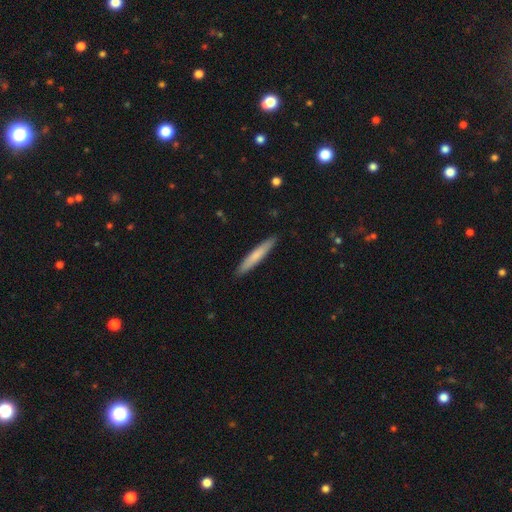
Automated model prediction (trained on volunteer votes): Smooth or featured? Predicted: smooth (p=0.70). How rounded? Predicted: cigar-shaped (p=0.95). Merging? Predicted: none (p=0.91).